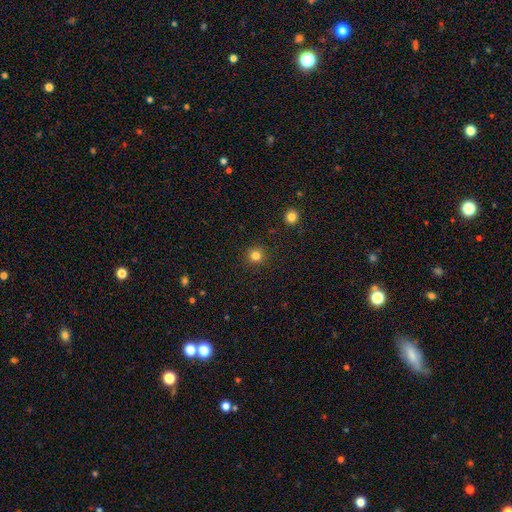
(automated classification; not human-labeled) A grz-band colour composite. It shows a smooth galaxy with no disk features (81%) that is round (94%). Merging: none (91%).